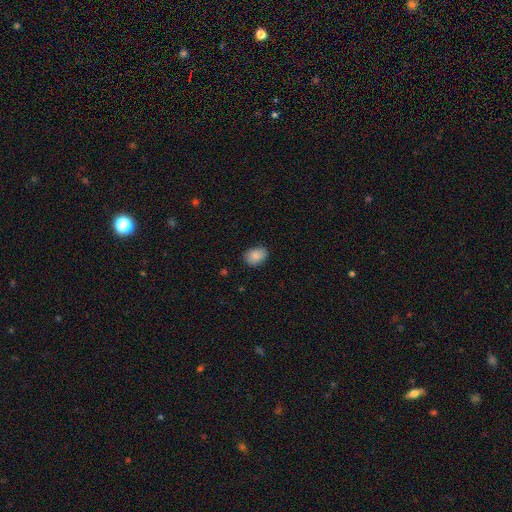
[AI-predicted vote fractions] This appears to be a smooth galaxy with no disk features (86%) that is in between round and cigar-shaped (69%). Merging: none (79%).